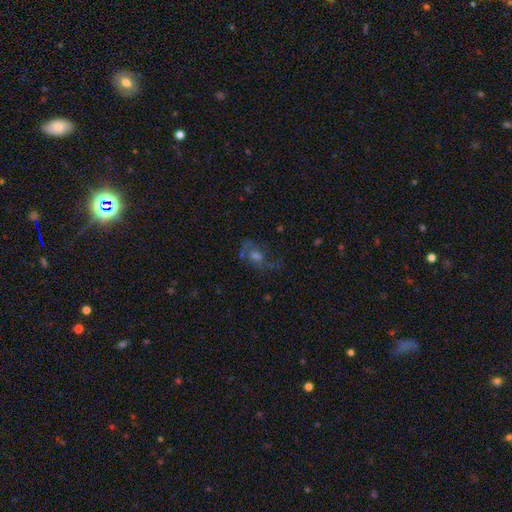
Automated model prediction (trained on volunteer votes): smooth_or_featured: featured or disk (p=0.58) [alt: smooth p=0.22]
disk_edge_on: no (p=0.94) [alt: yes p=0.06]
bar: no (p=0.68) [alt: weak p=0.27]
has_spiral_arms: yes (p=0.79) [alt: no p=0.21]
bulge_size: moderate (p=0.54) [alt: small p=0.22]
merging: none (p=0.56) [alt: major disturbance p=0.22]